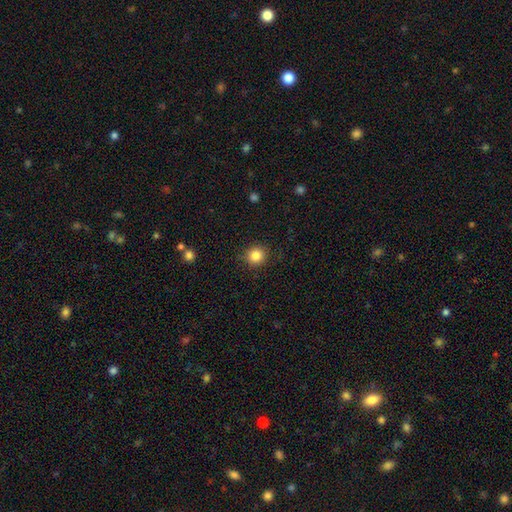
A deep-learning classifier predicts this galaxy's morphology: The model was most divided on "smooth or featured": smooth: 84%, star or artifact: 11%, featured or disk: 5%. More confident: how rounded — round (91%); merging — none (89%).